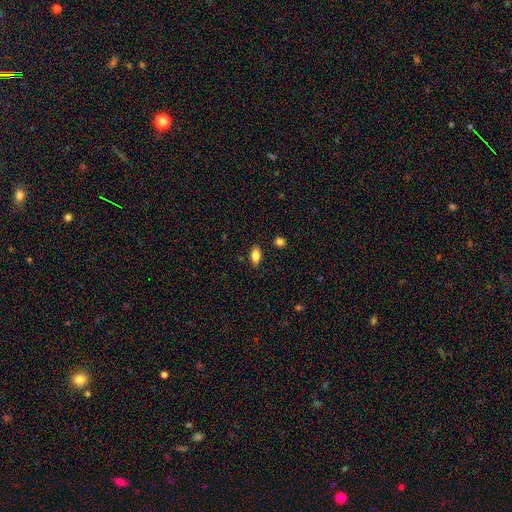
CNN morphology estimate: This is clearly a smooth galaxy (80%). How rounded: clearly in between (89%). Merging: clearly none (86%).